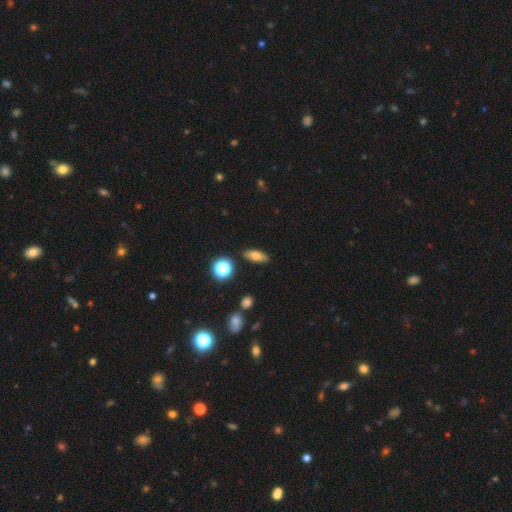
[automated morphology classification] Smooth or featured? Predicted: smooth (p=0.74). How rounded? Predicted: in between (p=0.74). Merging? Predicted: none (p=0.87).